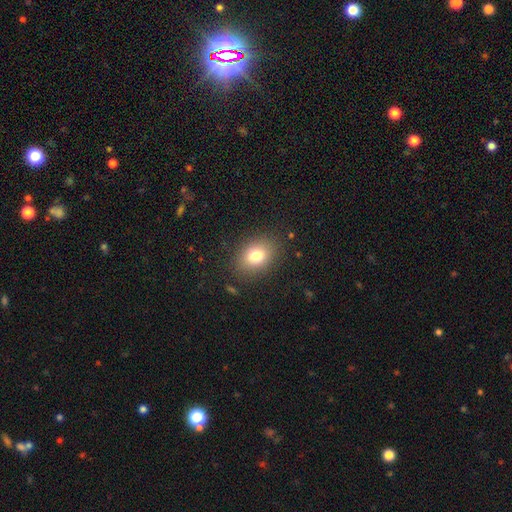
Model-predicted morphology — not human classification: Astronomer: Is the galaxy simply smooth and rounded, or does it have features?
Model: smooth — 79%.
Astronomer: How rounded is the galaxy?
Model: in between — 68%.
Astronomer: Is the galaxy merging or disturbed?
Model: none — 84%.